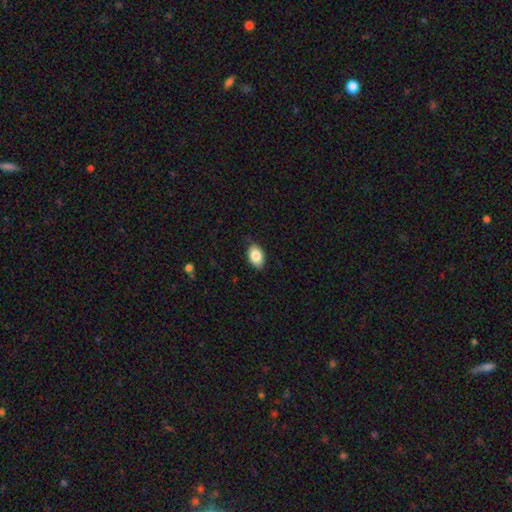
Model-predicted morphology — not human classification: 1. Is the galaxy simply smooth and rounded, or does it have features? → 84% smooth, 8% featured or disk, 7% star or artifact.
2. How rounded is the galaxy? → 88% in between, 10% round, 1% cigar-shaped.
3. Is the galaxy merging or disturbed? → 80% none, 17% minor disturbance, 3% major disturbance, 1% merger.